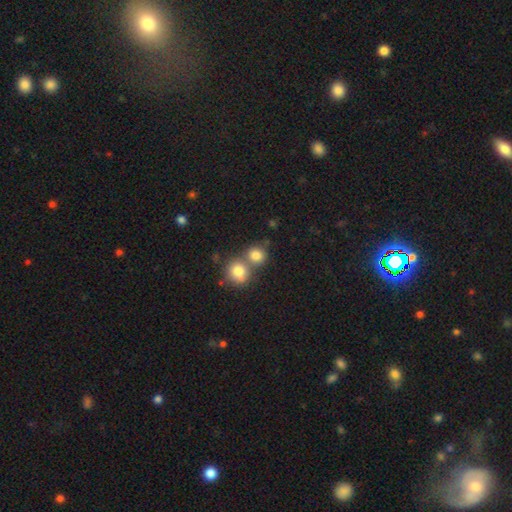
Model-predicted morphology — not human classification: smooth-or-featured: smooth: 80% | star or artifact: 11% | featured or disk: 9%
  how-rounded: round: 82% | in between: 17% | cigar-shaped: 1%
  merging: none: 45% | merger: 44% | minor disturbance: 7% | major disturbance: 3%